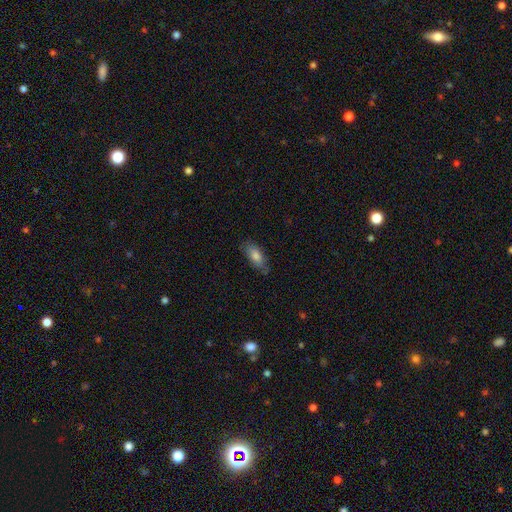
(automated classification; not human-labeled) Smooth or featured? Predicted: smooth (p=0.81). How rounded? Predicted: in between (p=0.83). Merging? Predicted: none (p=0.75).